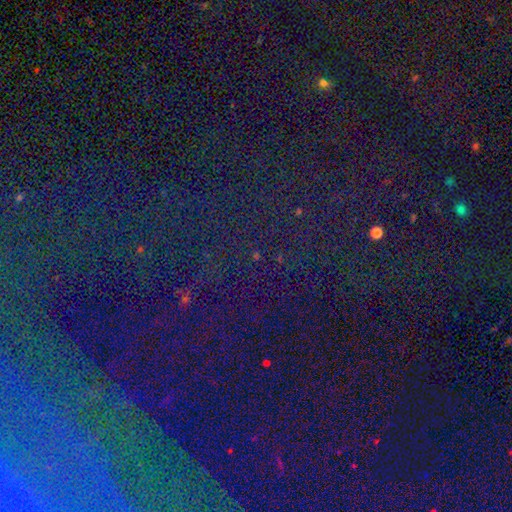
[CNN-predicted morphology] Q: Smooth or featured?
A: star or artifact (81%); runner-up: smooth (11%)